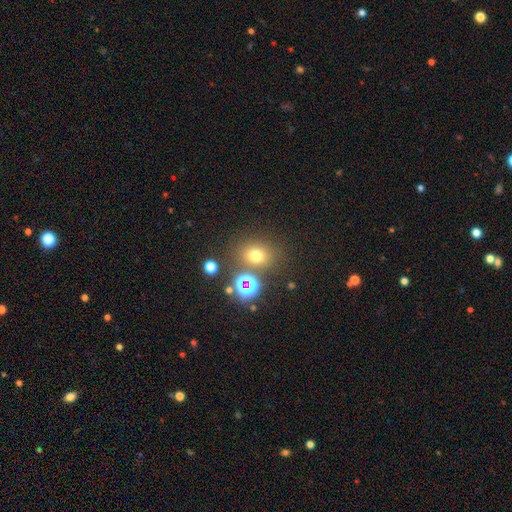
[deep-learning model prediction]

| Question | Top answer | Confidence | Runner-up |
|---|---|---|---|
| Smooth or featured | smooth | 66% | star or artifact (24%) |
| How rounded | round | 63% | in between (36%) |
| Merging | none | 75% | minor disturbance (10%) |